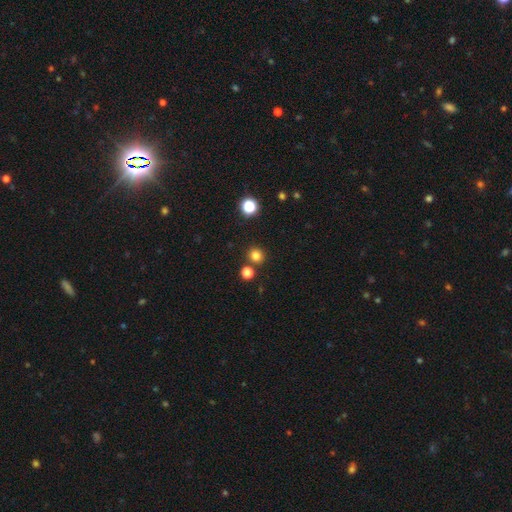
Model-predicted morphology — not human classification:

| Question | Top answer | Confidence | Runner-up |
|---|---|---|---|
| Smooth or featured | smooth | 79% | star or artifact (16%) |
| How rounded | round | 91% | in between (8%) |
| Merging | none | 85% | merger (6%) |